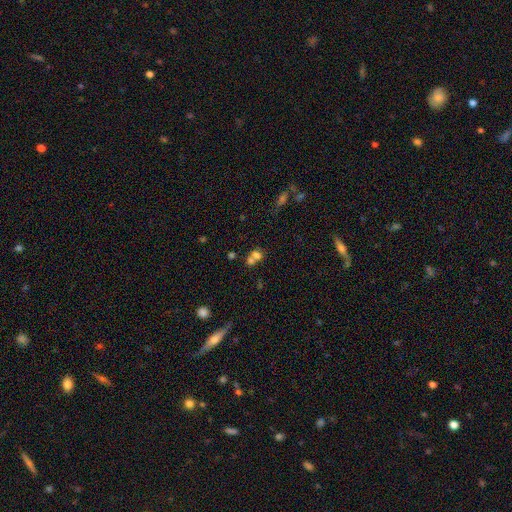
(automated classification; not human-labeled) Morphology: type=smooth (66%); roundness=round (64%); merging=merger (59%).